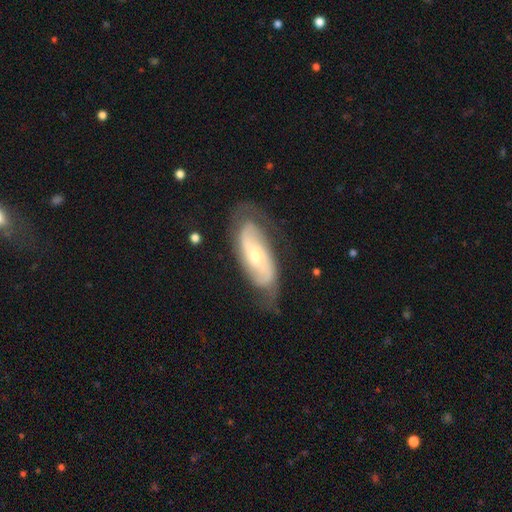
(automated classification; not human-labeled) A featured or disk galaxy (75%) with no bar (54%), 2 (78%) medium (40%) spiral arms (88%) and a small central bulge (54%). Merging: none (67%).